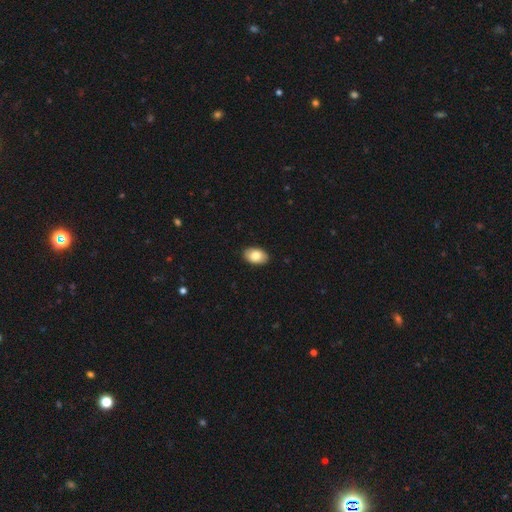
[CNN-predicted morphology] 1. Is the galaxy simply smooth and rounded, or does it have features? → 82% smooth, 11% featured or disk, 7% star or artifact.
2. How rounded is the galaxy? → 90% in between, 9% round, 1% cigar-shaped.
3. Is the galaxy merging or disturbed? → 90% none, 7% minor disturbance, 2% major disturbance, 1% merger.